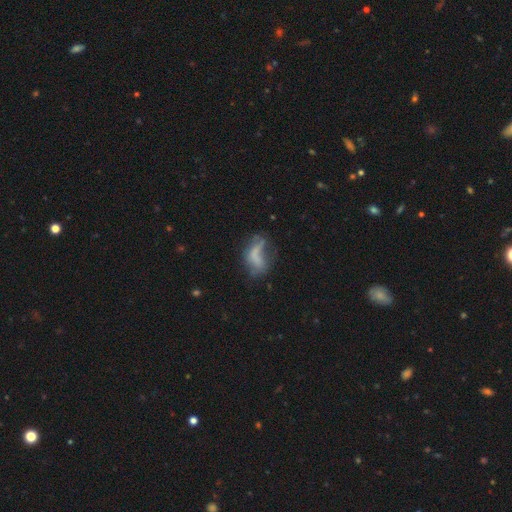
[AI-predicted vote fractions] Smooth or featured? Predicted: smooth (p=0.48). Merging? Predicted: major disturbance (p=0.40).